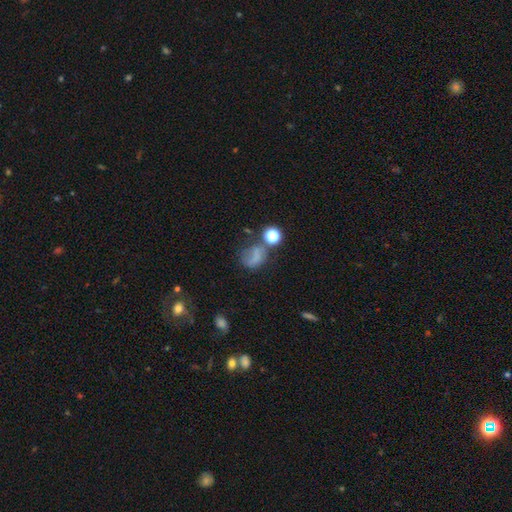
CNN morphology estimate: Smooth or featured?
  - smooth: 58% *
  - star or artifact: 22%
  - featured or disk: 20%
How rounded?
  - in between: 50% *
  - round: 48%
  - cigar-shaped: 2%
Merging?
  - none: 35% *
  - major disturbance: 29%
  - minor disturbance: 23%
  - merger: 13%